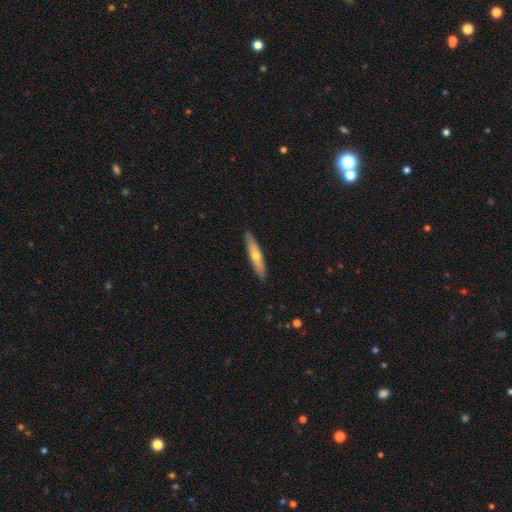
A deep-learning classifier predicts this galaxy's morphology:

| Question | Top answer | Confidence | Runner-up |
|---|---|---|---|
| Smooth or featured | smooth | 52% | featured or disk (43%) |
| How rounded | cigar-shaped | 84% | in between (14%) |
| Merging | none | 90% | minor disturbance (7%) |